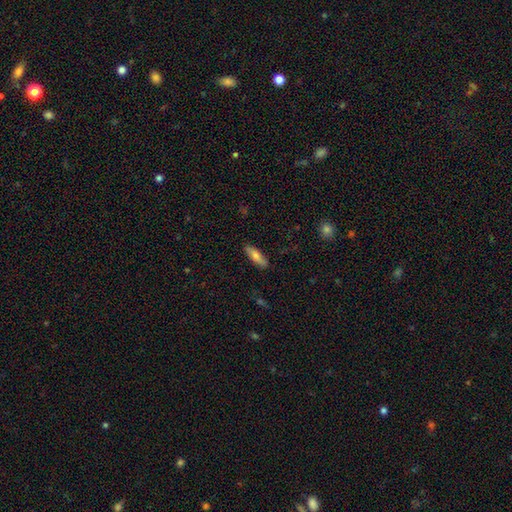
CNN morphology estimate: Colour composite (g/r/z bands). It shows a smooth galaxy with no disk features (71%) that is in between round and cigar-shaped (52%). Merging: none (87%).